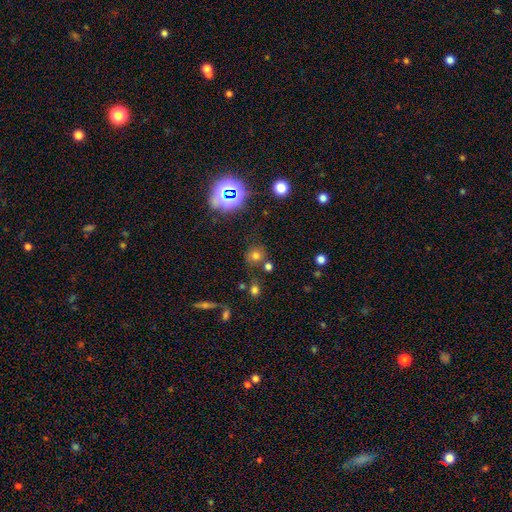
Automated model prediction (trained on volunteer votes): Smooth or featured? Predicted: smooth (p=0.63). How rounded? Predicted: round (p=0.85). Merging? Predicted: none (p=0.73).